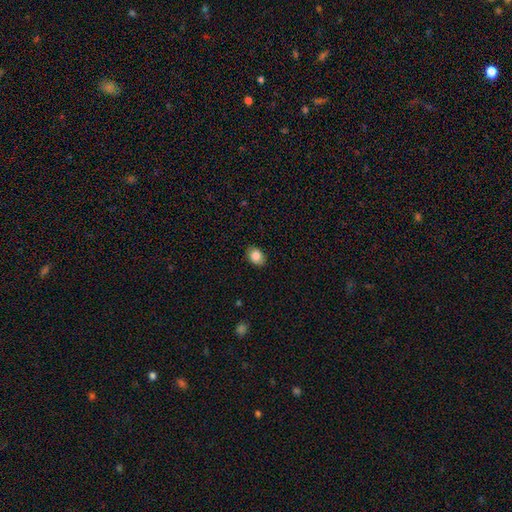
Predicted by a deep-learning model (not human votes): Smooth or featured: smooth — 85% (star or artifact — 8%)
How rounded: in between — 70% (round — 29%)
Merging: none — 87% (minor disturbance — 10%)